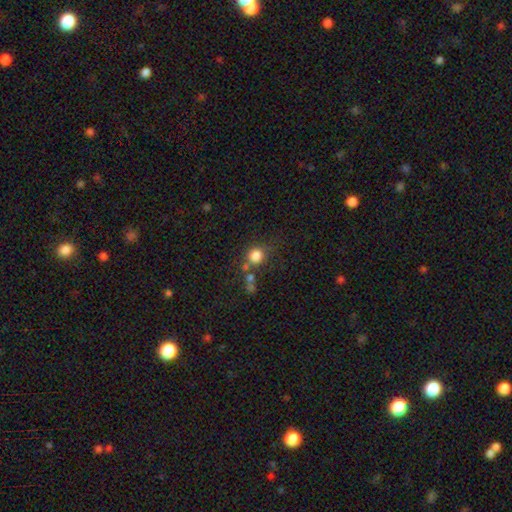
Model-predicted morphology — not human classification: A smooth galaxy with no disk features (80%) that is round (87%).

Vote fractions:
- Smooth or featured? smooth: 80% / star or artifact: 12% / featured or disk: 7%
- How rounded? round: 87% / in between: 12% / cigar-shaped: 1%
- Merging? none: 60% / merger: 20% / minor disturbance: 13% / major disturbance: 7%